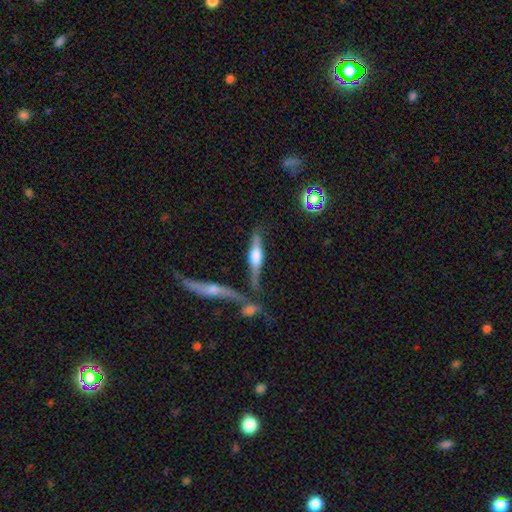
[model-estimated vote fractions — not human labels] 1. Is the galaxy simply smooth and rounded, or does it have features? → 68% featured or disk, 25% smooth, 7% star or artifact.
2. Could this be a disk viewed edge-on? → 94% yes, 6% no.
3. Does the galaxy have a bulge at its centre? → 83% rounded, 13% boxy, 4% none.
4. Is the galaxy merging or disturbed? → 61% none, 17% minor disturbance, 15% merger, 6% major disturbance.